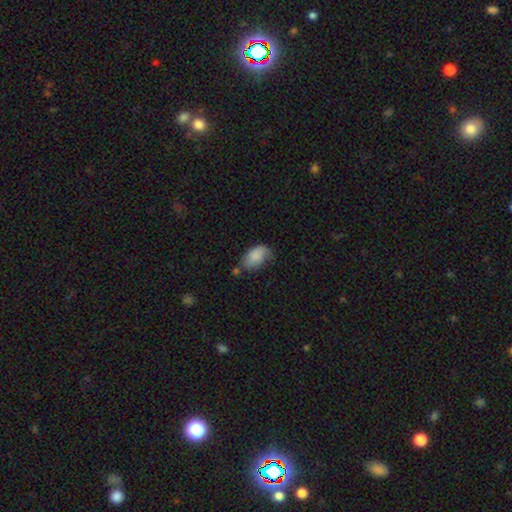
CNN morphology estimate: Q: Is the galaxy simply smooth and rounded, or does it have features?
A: smooth — 79%.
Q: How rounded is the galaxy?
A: in between — 92%.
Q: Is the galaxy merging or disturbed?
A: none — 44%.